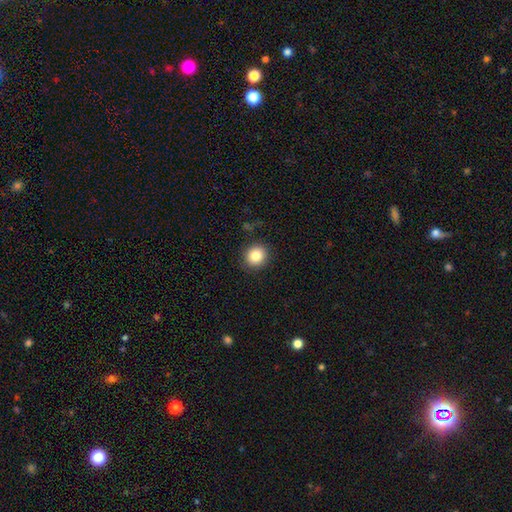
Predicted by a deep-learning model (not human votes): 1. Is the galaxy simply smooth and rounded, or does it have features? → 85% smooth, 9% star or artifact, 6% featured or disk.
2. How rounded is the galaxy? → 83% round, 16% in between, 1% cigar-shaped.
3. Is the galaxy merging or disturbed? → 88% none, 8% minor disturbance, 3% major disturbance, 1% merger.